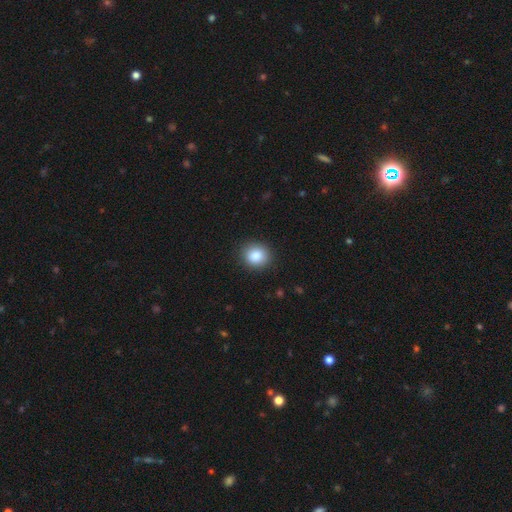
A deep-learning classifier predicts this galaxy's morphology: Smooth or featured? Predicted: smooth (p=0.85). How rounded? Predicted: round (p=0.79). Merging? Predicted: none (p=0.90).